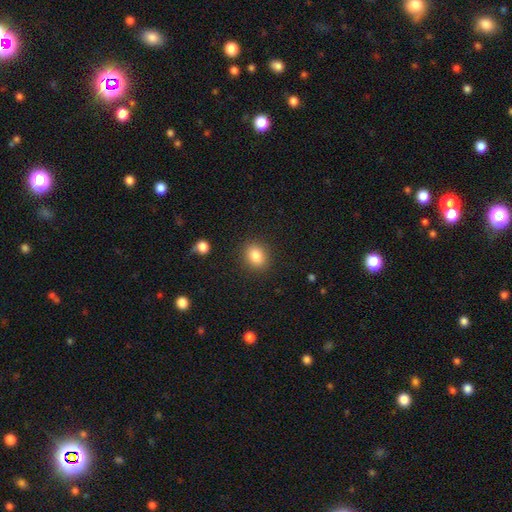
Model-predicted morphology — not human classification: smooth 84%, star or artifact 10%, featured or disk 6%. Down the decision tree: how rounded — round (55%); merging — none (89%).